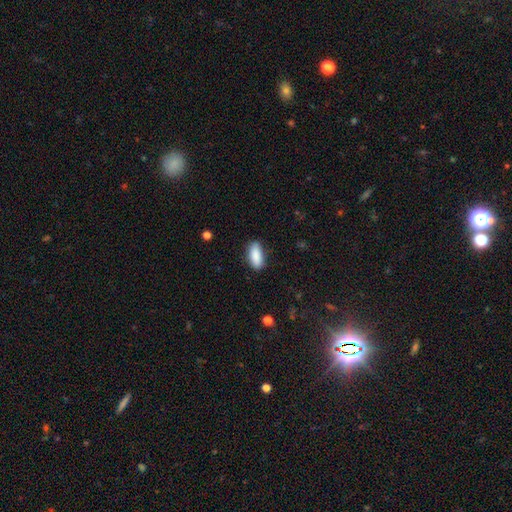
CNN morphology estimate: Smooth or featured? smooth (89%)
How rounded? in between (86%)
Merging? none (85%)